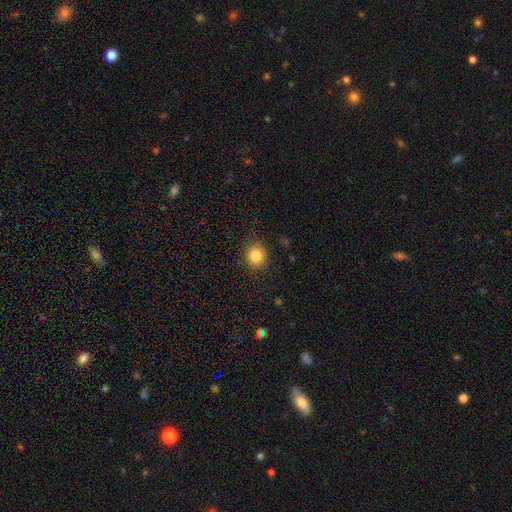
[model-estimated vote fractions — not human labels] Overall: smooth (84%). How rounded: round (81%). Merging: none (88%).